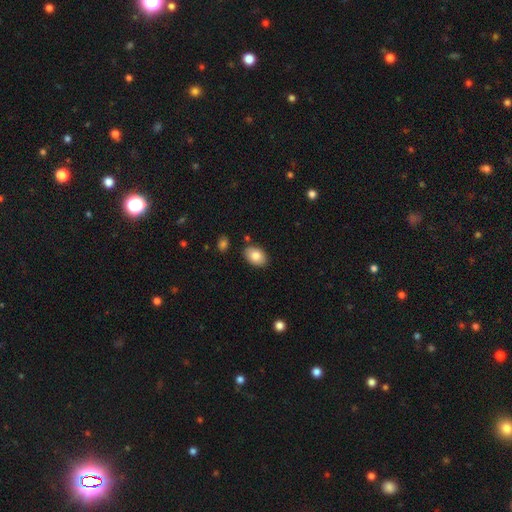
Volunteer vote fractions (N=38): This is clearly a smooth galaxy (82%). How rounded: clearly in between (94%). Merging: clearly none (91%).